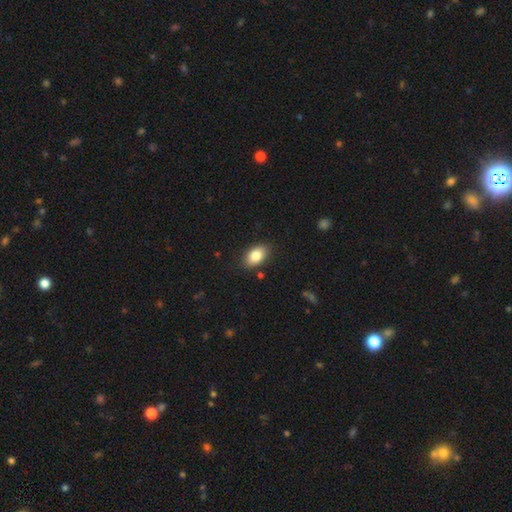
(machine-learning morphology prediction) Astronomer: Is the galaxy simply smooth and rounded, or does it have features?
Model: smooth — 84%.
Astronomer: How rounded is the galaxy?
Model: in between — 90%.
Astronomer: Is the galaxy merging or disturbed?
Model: none — 86%.